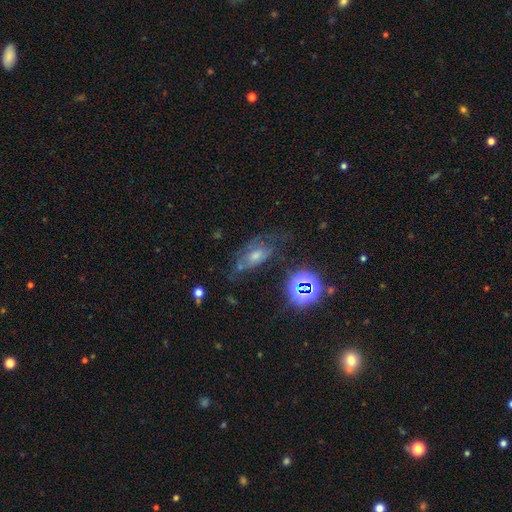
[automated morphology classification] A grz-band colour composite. It shows a featured or disk galaxy (37%). Merging: none (47%).